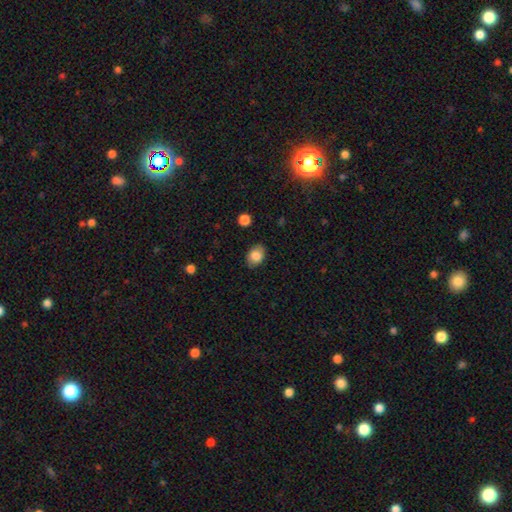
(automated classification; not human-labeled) smooth_or_featured: smooth (p=0.83) [alt: featured or disk p=0.09]
how_rounded: in between (p=0.70) [alt: round p=0.29]
merging: none (p=0.84) [alt: minor disturbance p=0.12]